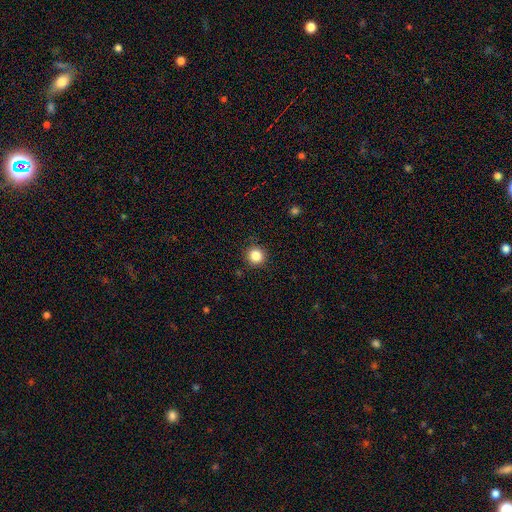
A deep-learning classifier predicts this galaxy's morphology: A smooth galaxy with no disk features (85%) that is round (94%). Merging: none (91%).